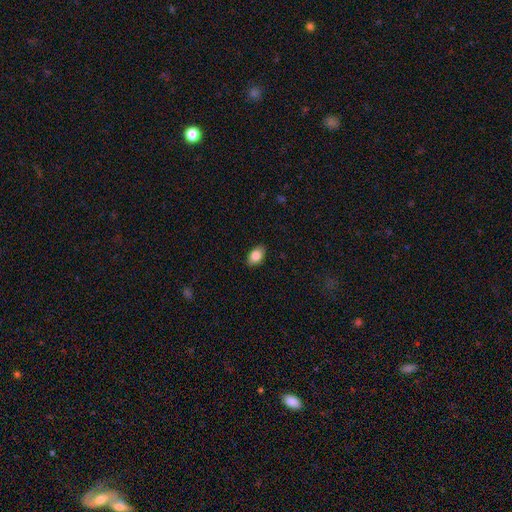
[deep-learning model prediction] Smooth or featured: smooth — 85% (featured or disk — 8%)
How rounded: in between — 91% (round — 8%)
Merging: none — 88% (minor disturbance — 9%)